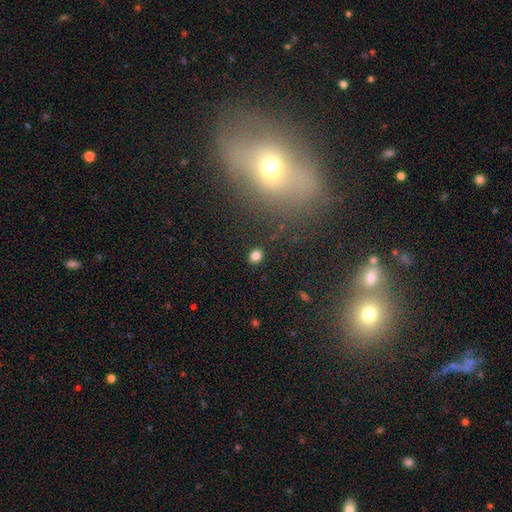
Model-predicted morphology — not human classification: This is clearly a smooth galaxy (82%). How rounded: possibly round (55%). Merging: clearly none (87%).